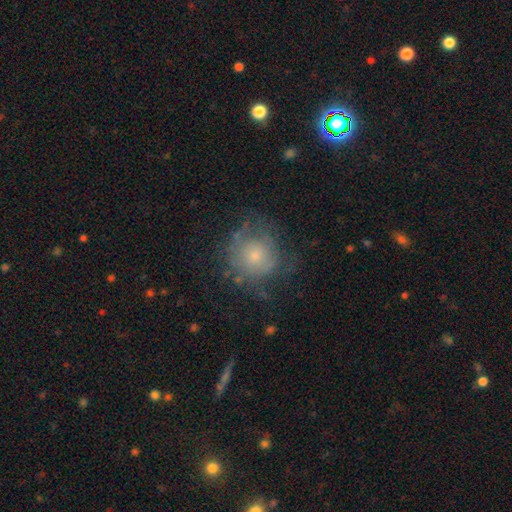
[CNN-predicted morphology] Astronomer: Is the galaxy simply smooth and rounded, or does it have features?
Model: smooth — 56% (runner-up: featured or disk, 34%).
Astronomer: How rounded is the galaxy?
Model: round — 86%.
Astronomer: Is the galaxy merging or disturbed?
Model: none — 56%.